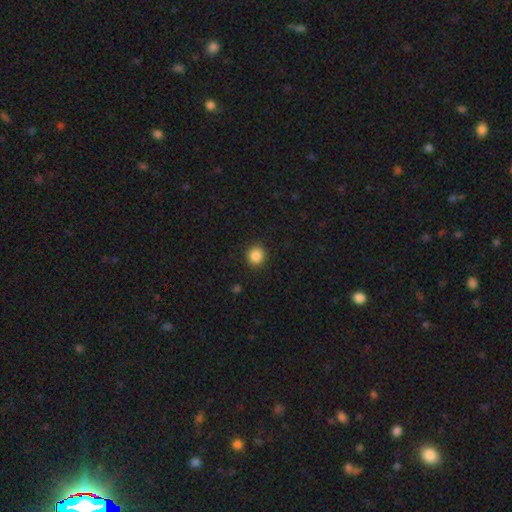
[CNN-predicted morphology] smooth_or_featured: smooth (p=0.86) [alt: star or artifact p=0.10]
how_rounded: round (p=0.89) [alt: in between p=0.10]
merging: none (p=0.89) [alt: minor disturbance p=0.07]